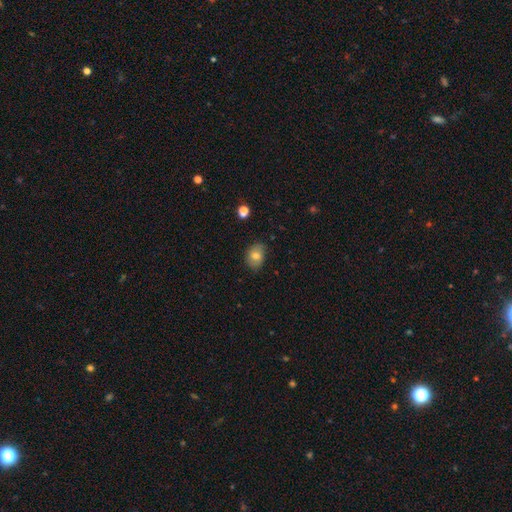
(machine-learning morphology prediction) type=smooth (78%); roundness=in between (65%); merging=none (74%).